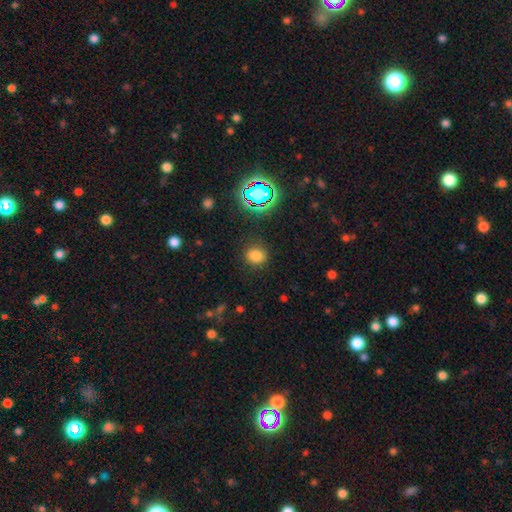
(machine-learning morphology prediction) type=smooth (75%); roundness=round (68%); merging=none (86%).